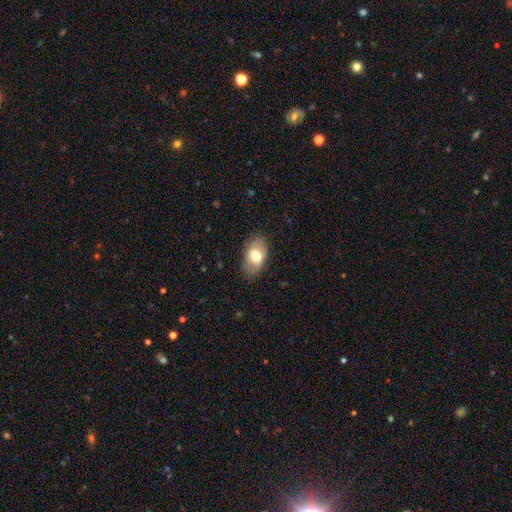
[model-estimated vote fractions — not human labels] A smooth galaxy with no disk features (70%) that is in between round and cigar-shaped (91%). Merging: none (79%).